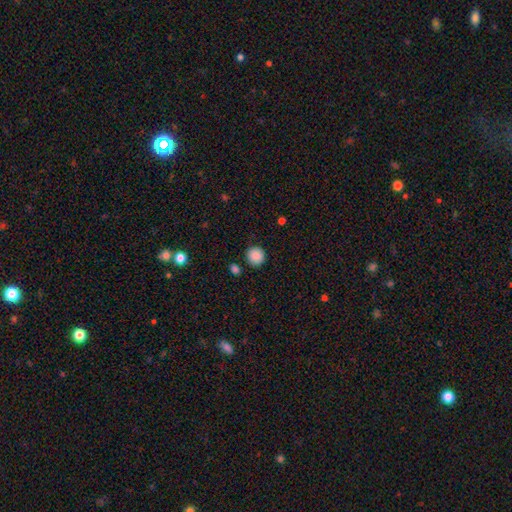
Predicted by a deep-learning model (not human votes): smooth_or_featured: smooth (p=0.88) [alt: star or artifact p=0.09]
how_rounded: round (p=0.93) [alt: in between p=0.06]
merging: none (p=0.89) [alt: minor disturbance p=0.07]